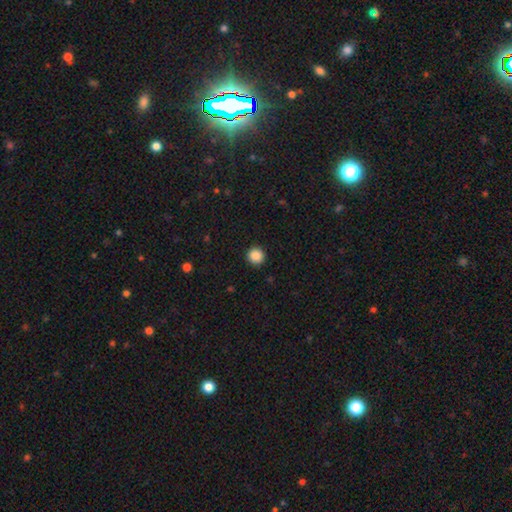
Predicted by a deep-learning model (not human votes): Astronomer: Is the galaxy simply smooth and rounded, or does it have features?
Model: smooth — 87%.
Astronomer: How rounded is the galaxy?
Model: round — 95%.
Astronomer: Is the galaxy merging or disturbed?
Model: none — 93%.